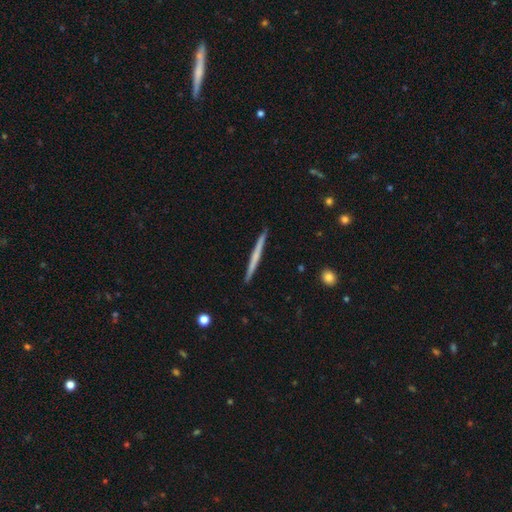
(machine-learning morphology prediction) Overall: featured or disk (51%; smooth 44%). Edge-on disk: yes (98%). Merging: none (92%).